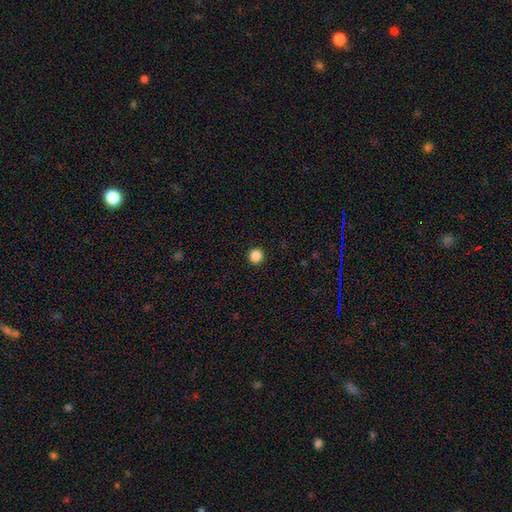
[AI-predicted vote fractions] This appears to be a smooth galaxy with no disk features (87%) that is round (96%). Merging: none (94%).